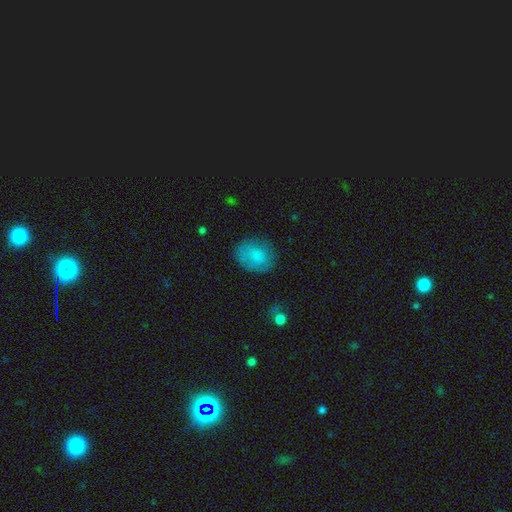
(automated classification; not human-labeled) The model was most divided on "how rounded": round: 56%, in between: 43%, cigar-shaped: 1%. More confident: smooth or featured — smooth (79%); merging — none (74%).